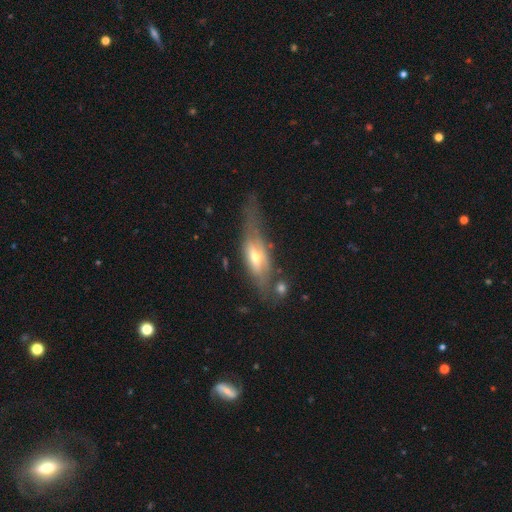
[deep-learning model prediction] Morphology: type=featured or disk (66%); edge-on=yes (69%); merging=none (49%).